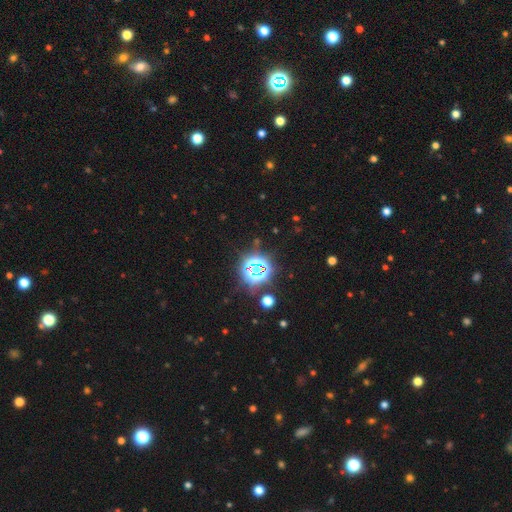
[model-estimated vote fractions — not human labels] Q: Smooth or featured?
A: star or artifact (75%); runner-up: smooth (19%)